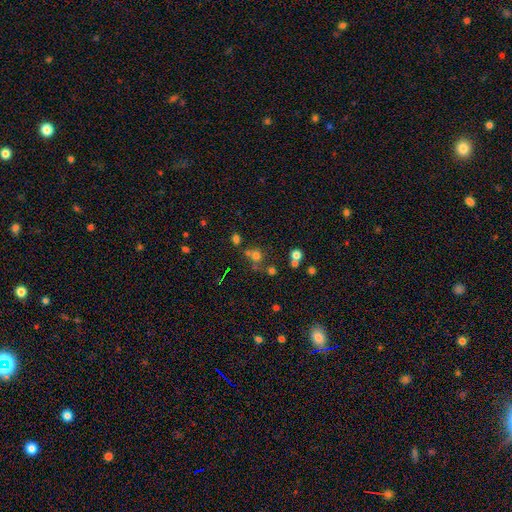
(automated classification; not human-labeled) This appears to be a smooth galaxy with no disk features (61%) that is round (84%). Merging: none (56%).